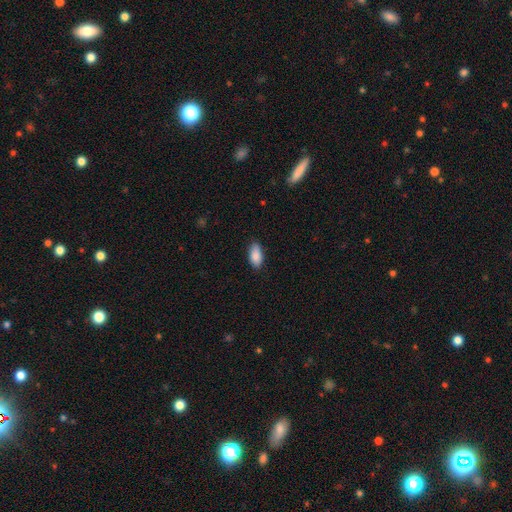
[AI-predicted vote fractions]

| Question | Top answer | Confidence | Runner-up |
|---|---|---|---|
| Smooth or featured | smooth | 88% | star or artifact (6%) |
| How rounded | in between | 91% | cigar-shaped (7%) |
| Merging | none | 85% | minor disturbance (12%) |